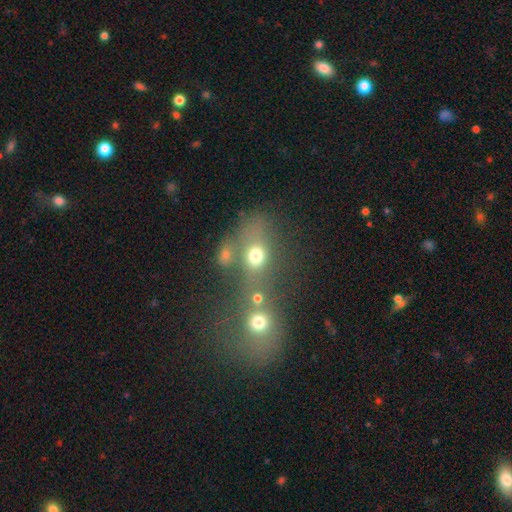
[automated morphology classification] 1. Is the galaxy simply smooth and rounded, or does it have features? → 66% smooth, 19% star or artifact, 15% featured or disk.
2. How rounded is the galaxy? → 53% round, 43% in between, 3% cigar-shaped.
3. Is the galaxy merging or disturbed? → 46% merger, 34% none, 10% major disturbance, 10% minor disturbance.